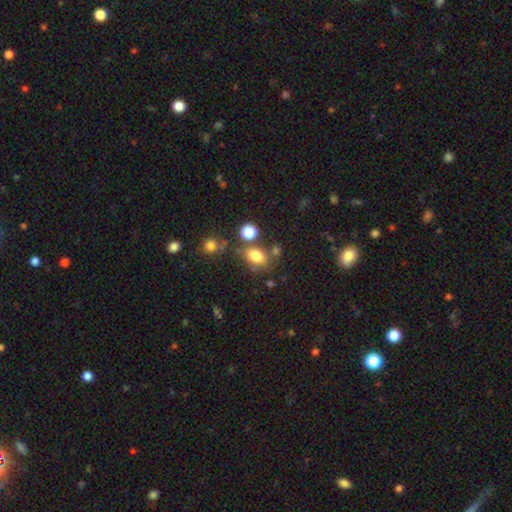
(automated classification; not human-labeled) This is likely a smooth galaxy (78%). How rounded: likely in between (75%). Merging: likely none (62%).